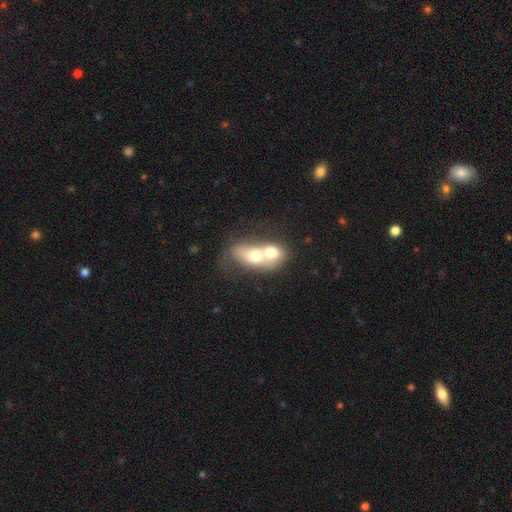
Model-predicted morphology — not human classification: Overall: smooth (62%; featured or disk 30%). How rounded: in between (67%; round 29%). Merging: merger (79%).